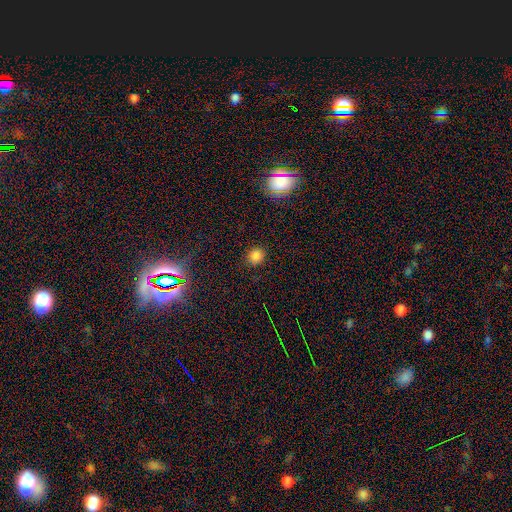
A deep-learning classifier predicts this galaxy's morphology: Smooth or featured: smooth — 80% (star or artifact — 16%)
How rounded: round — 83% (in between — 16%)
Merging: none — 87% (minor disturbance — 9%)